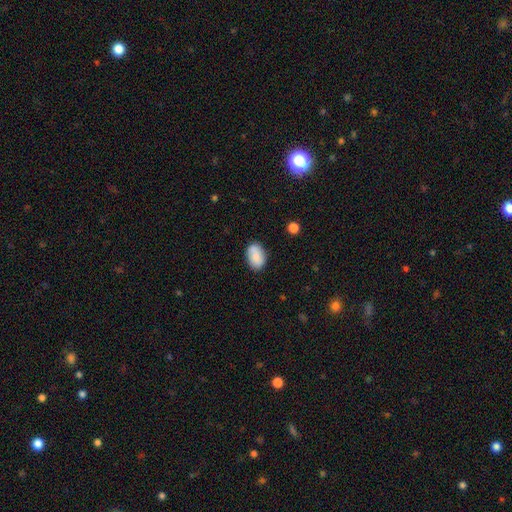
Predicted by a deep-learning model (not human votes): smooth 81%, featured or disk 11%, star or artifact 7%. Down the decision tree: how rounded — in between (87%); merging — none (77%).